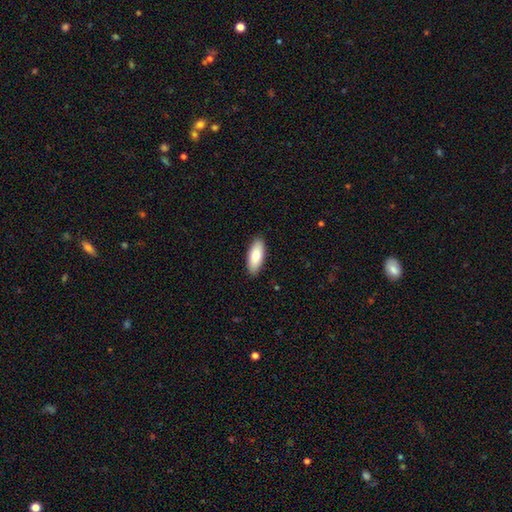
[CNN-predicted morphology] type=smooth (80%); roundness=in between (78%); merging=none (89%).